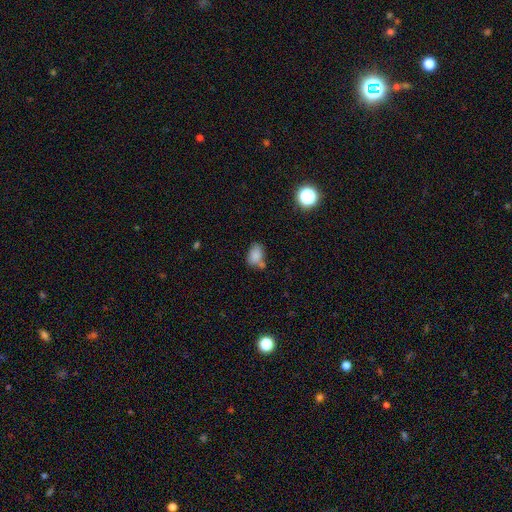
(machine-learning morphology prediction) smooth-or-featured: smooth: 80% | star or artifact: 11% | featured or disk: 9%
  how-rounded: in between: 80% | round: 19% | cigar-shaped: 2%
  merging: none: 47% | minor disturbance: 23% | merger: 22% | major disturbance: 8%